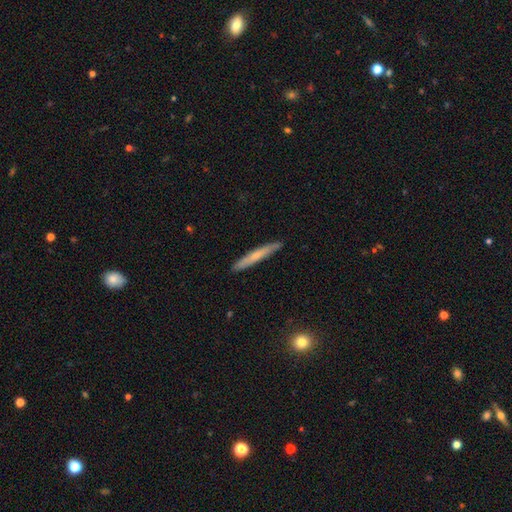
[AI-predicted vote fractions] This appears to be a smooth galaxy with no disk features (56%) that is cigar-shaped (96%). Merging: none (89%).